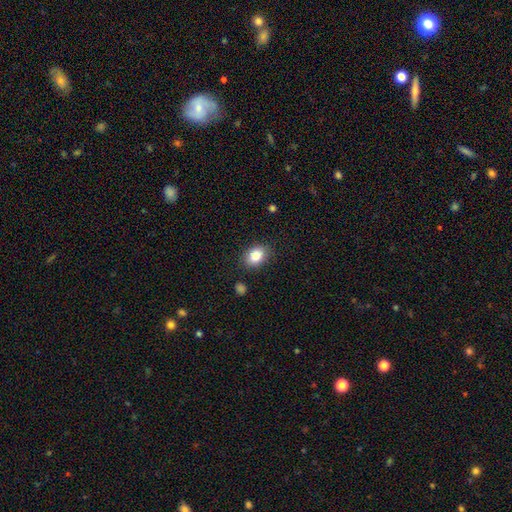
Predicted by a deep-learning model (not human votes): Morphology: type=smooth (83%); roundness=in between (68%); merging=none (86%).